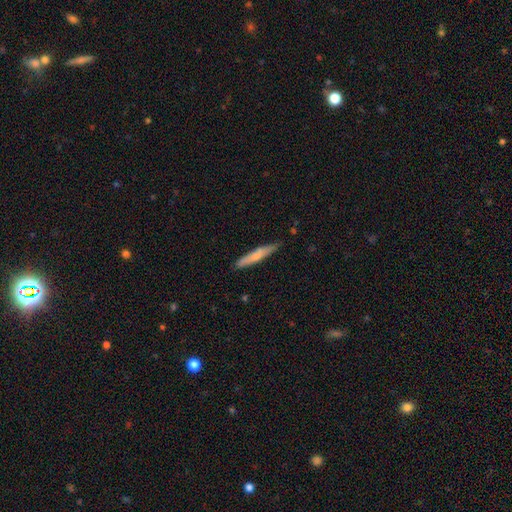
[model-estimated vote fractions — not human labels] Smooth or featured? smooth (63%)
How rounded? cigar-shaped (93%)
Merging? none (82%)